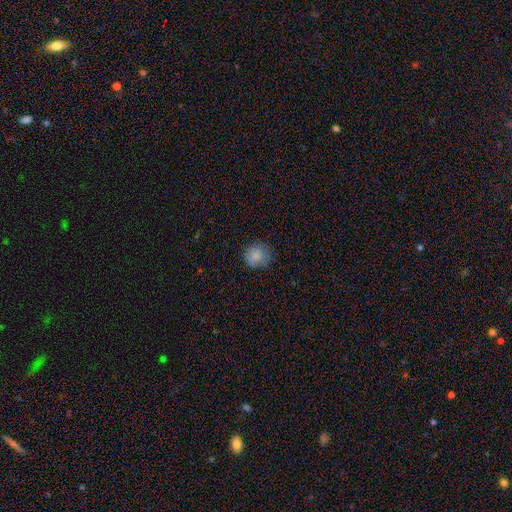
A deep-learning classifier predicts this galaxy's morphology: Smooth or featured: smooth — 84% (star or artifact — 9%)
How rounded: round — 89% (in between — 10%)
Merging: none — 81% (minor disturbance — 15%)